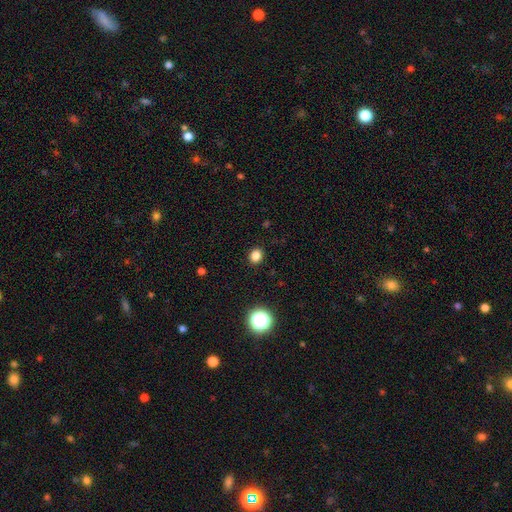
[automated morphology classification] type=smooth (83%); roundness=round (71%); merging=none (91%).